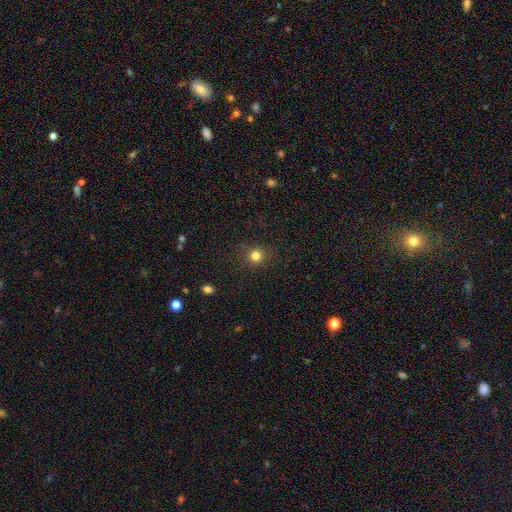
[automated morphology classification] The model was most divided on "smooth or featured": smooth: 81%, star or artifact: 14%, featured or disk: 5%. More confident: how rounded — round (91%); merging — none (87%).